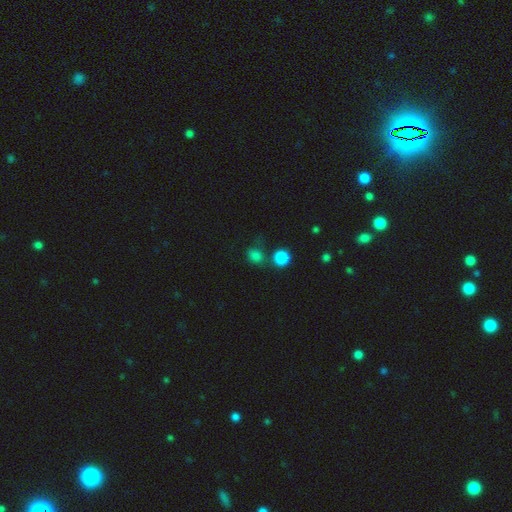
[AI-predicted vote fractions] Smooth or featured? Predicted: smooth (p=0.77). How rounded? Predicted: round (p=0.72). Merging? Predicted: none (p=0.59).